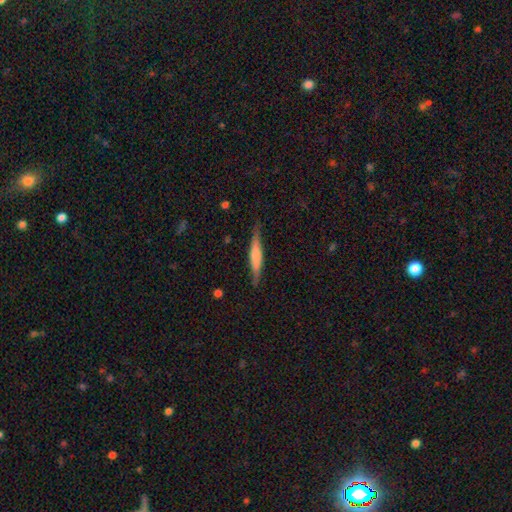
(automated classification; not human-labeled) Smooth or featured? smooth (54%)
How rounded? cigar-shaped (90%)
Merging? none (82%)